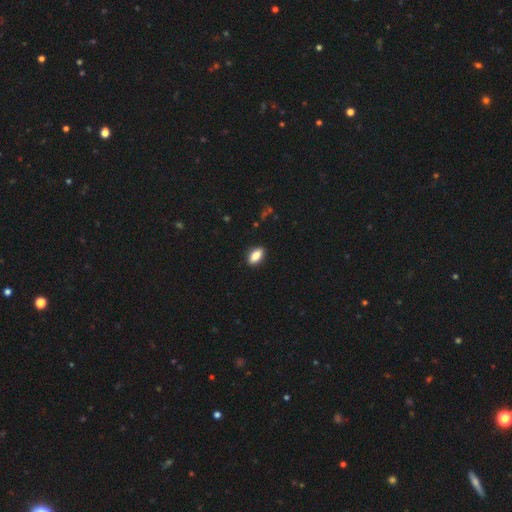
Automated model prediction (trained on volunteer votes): smooth-or-featured: smooth: 85% | star or artifact: 8% | featured or disk: 7%
  how-rounded: in between: 89% | cigar-shaped: 6% | round: 5%
  merging: none: 89% | minor disturbance: 8% | major disturbance: 2% | merger: 1%